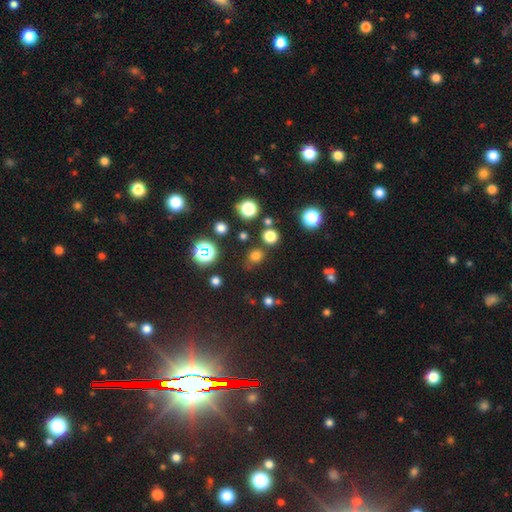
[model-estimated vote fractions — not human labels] The model was most divided on "smooth or featured": smooth: 68%, star or artifact: 26%, featured or disk: 6%. More confident: how rounded — round (81%); merging — none (75%).